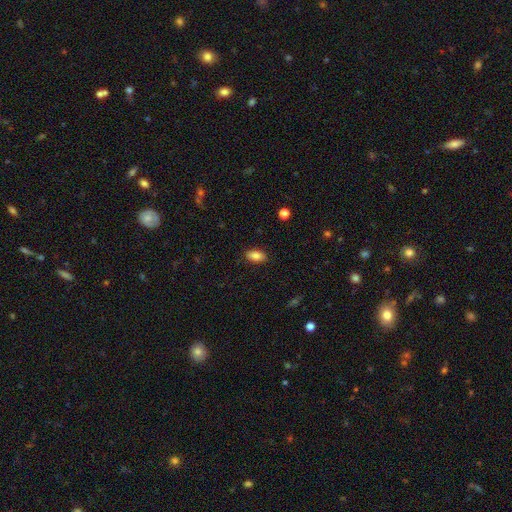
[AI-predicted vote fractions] Smooth or featured? smooth (84%)
How rounded? in between (92%)
Merging? none (88%)